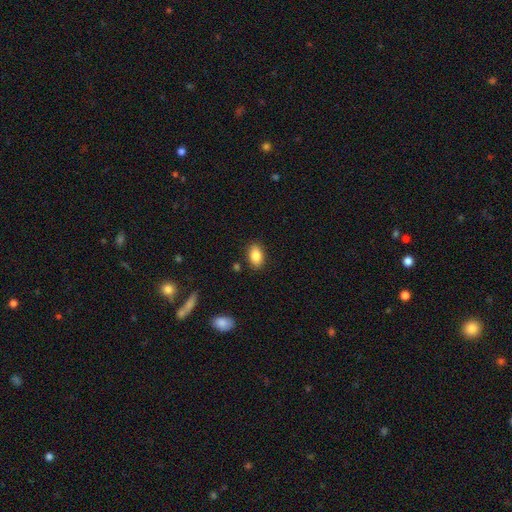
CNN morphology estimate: smooth_or_featured: smooth (p=0.86) [alt: star or artifact p=0.08]
how_rounded: in between (p=0.90) [alt: round p=0.08]
merging: none (p=0.86) [alt: minor disturbance p=0.10]